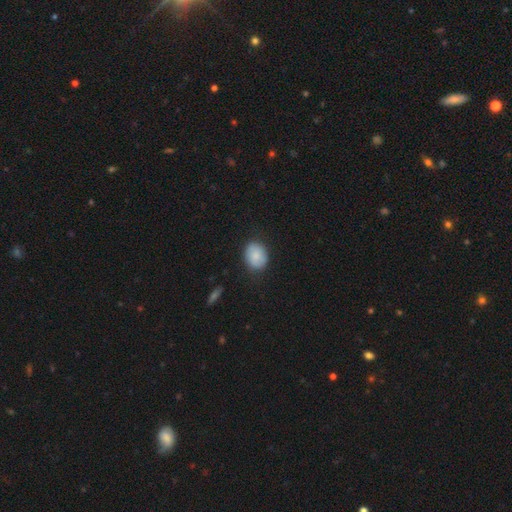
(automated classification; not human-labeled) Smooth or featured?
  - smooth: 82% *
  - featured or disk: 11%
  - star or artifact: 7%
How rounded?
  - in between: 59% *
  - round: 40%
  - cigar-shaped: 1%
Merging?
  - none: 80% *
  - minor disturbance: 16%
  - major disturbance: 3%
  - merger: 1%